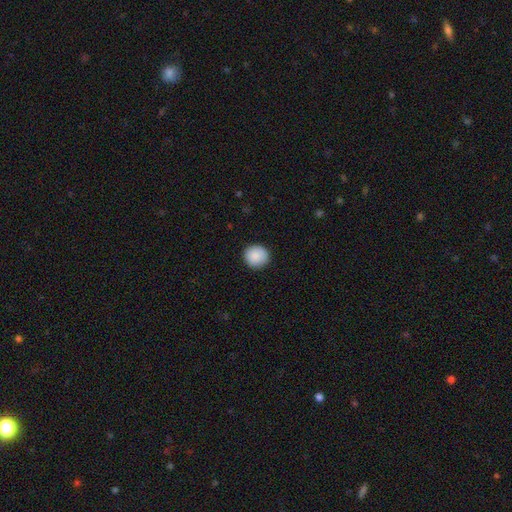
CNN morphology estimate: smooth-or-featured: smooth: 89% | star or artifact: 7% | featured or disk: 4%
  how-rounded: round: 91% | in between: 8% | cigar-shaped: 1%
  merging: none: 91% | minor disturbance: 6% | major disturbance: 2% | merger: 1%